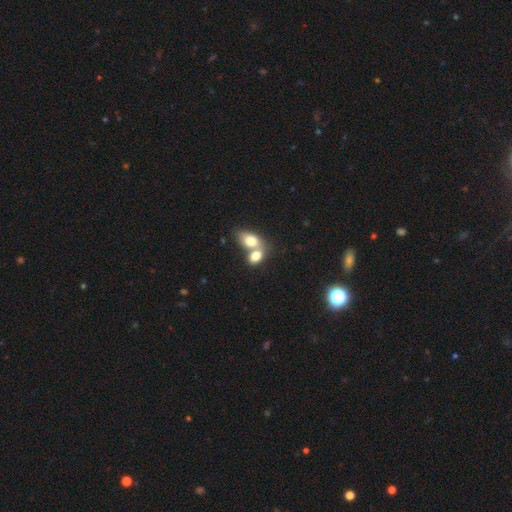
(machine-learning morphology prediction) The model was most divided on "merging": merger: 69%, none: 22%, minor disturbance: 6%, major disturbance: 3%. More confident: how rounded — in between (80%); smooth or featured — smooth (76%).